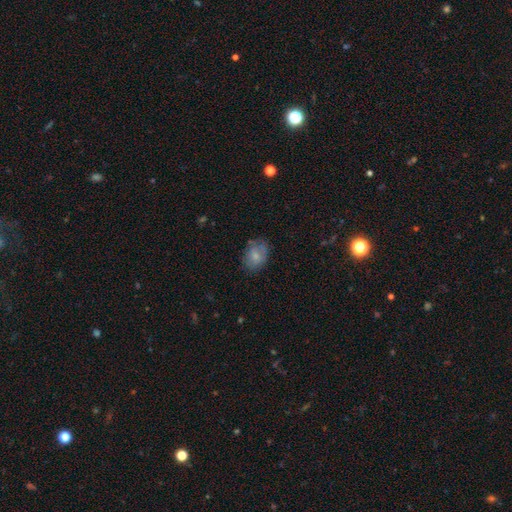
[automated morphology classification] smooth 73%, featured or disk 19%, star or artifact 7%. Down the decision tree: how rounded — in between (77%); merging — none (72%).